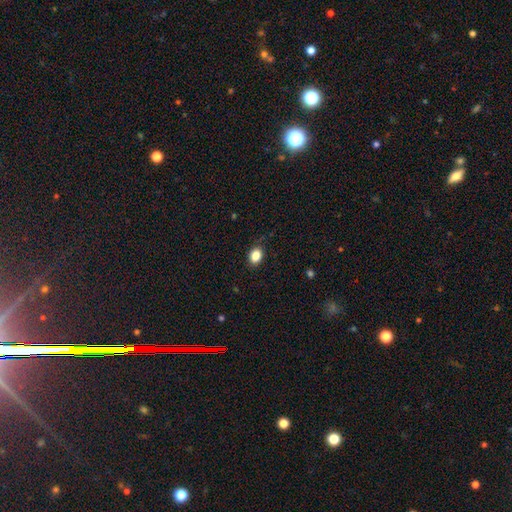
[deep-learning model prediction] Smooth or featured? smooth (86%)
How rounded? in between (61%)
Merging? none (84%)